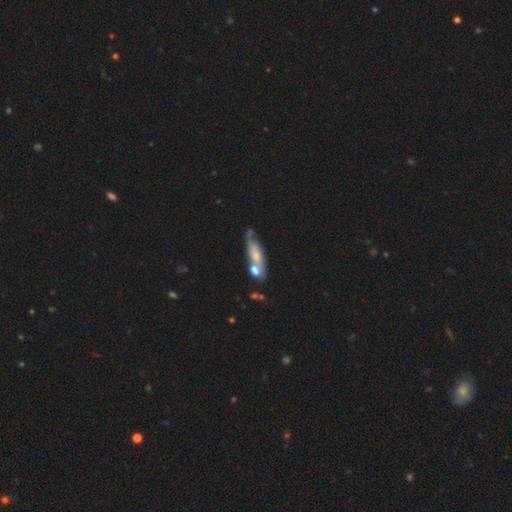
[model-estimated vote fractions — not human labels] A smooth galaxy with no disk features (50%). Merging: none (46%).